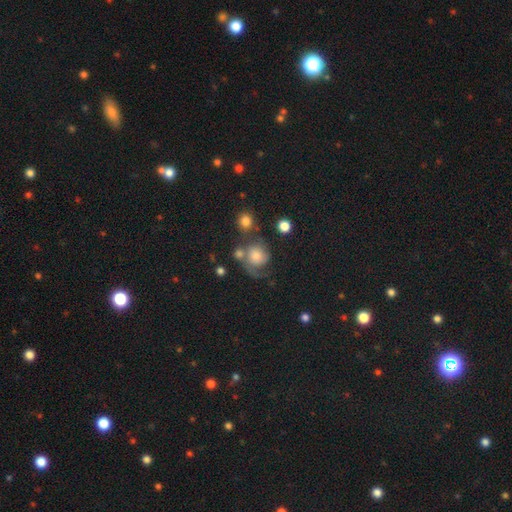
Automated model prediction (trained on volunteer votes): Morphology: type=smooth (47%); merging=none (41%).